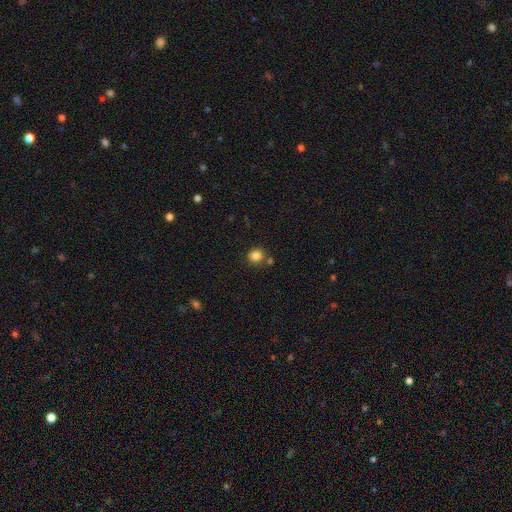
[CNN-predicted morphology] A smooth galaxy with no disk features (84%) that is round (90%). Merging: none (75%).